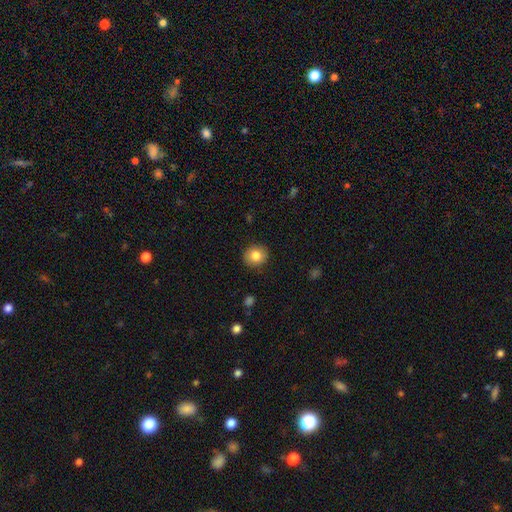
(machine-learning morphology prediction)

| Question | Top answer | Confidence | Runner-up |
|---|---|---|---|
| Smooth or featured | smooth | 83% | star or artifact (9%) |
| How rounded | round | 86% | in between (13%) |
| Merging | none | 90% | minor disturbance (7%) |